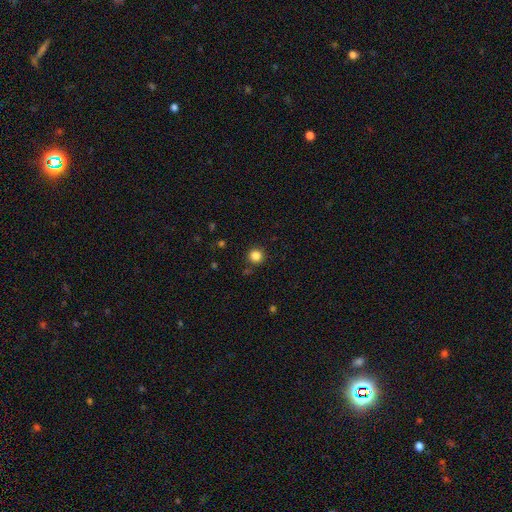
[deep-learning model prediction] Smooth or featured? Predicted: smooth (p=0.84). How rounded? Predicted: round (p=0.94). Merging? Predicted: none (p=0.88).